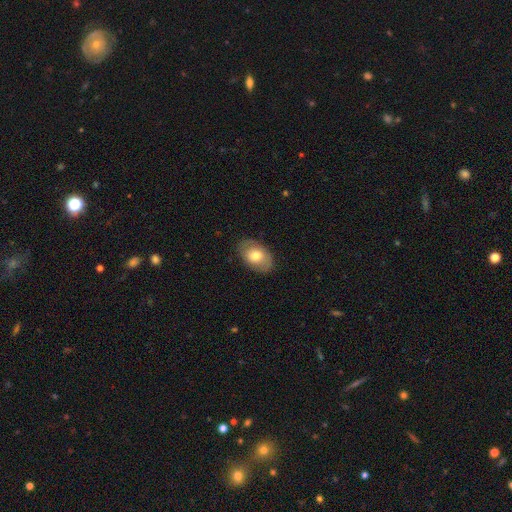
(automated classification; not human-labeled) A smooth galaxy with no disk features (60%) that is in between round and cigar-shaped (83%).

Vote fractions:
- Smooth or featured? smooth: 60% / featured or disk: 33% / star or artifact: 7%
- How rounded? in between: 83% / round: 16% / cigar-shaped: 1%
- Merging? none: 82% / minor disturbance: 13% / major disturbance: 4% / merger: 1%